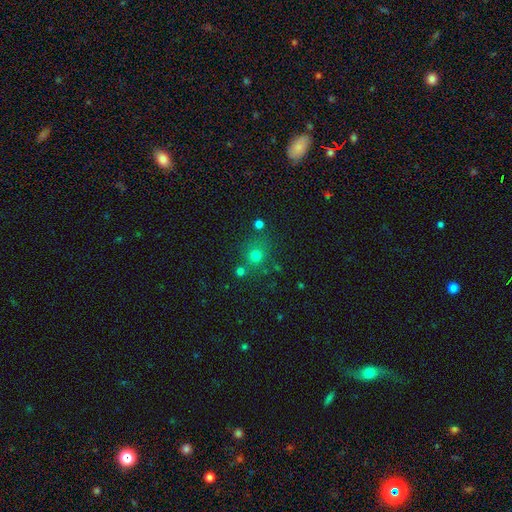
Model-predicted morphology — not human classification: Overall: smooth (70%). How rounded: round (87%). Merging: none (71%).